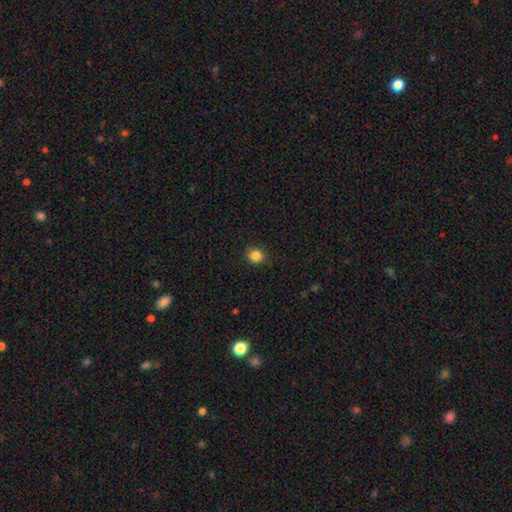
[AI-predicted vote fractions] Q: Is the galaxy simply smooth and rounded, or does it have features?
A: smooth — 85%.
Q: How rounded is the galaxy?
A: round — 88%.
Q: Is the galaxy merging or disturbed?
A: none — 92%.